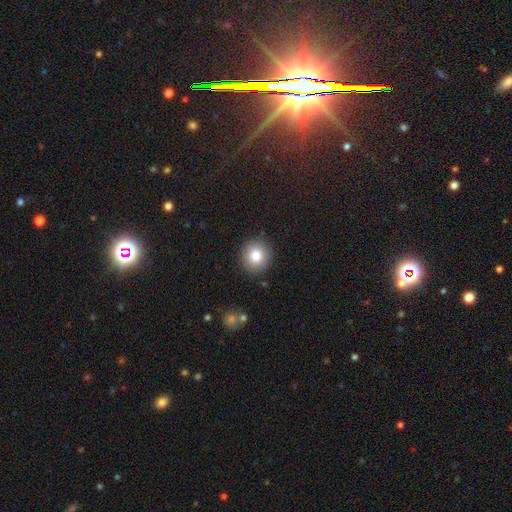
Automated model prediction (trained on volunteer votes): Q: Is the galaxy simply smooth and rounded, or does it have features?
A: smooth — 82%.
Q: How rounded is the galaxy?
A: round — 91%.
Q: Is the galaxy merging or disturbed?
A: none — 89%.